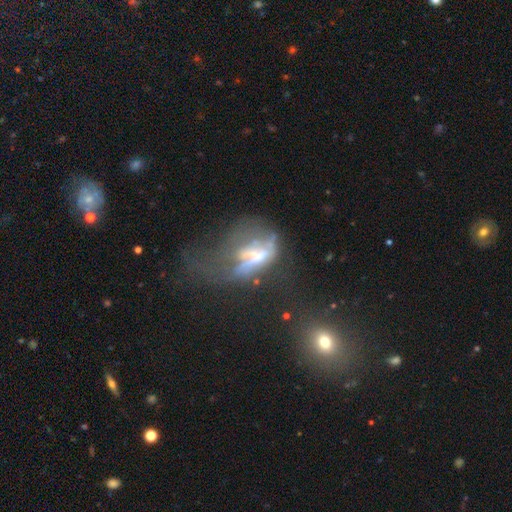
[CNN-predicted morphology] type=featured or disk (56%); edge-on=no (88%); merging=major disturbance (56%).